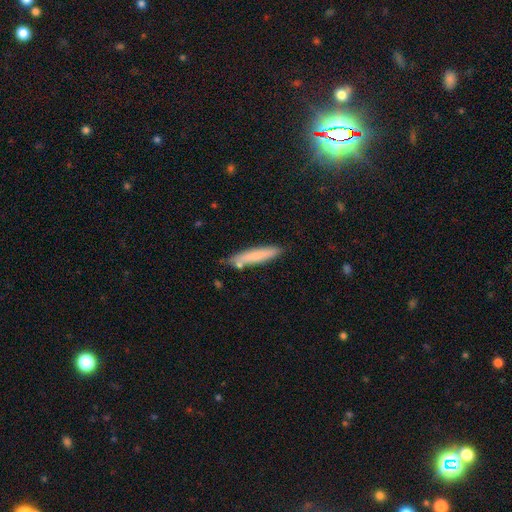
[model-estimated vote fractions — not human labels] The model was most divided on "smooth or featured": smooth: 76%, featured or disk: 18%, star or artifact: 6%. More confident: how rounded — cigar-shaped (89%); merging — none (78%).